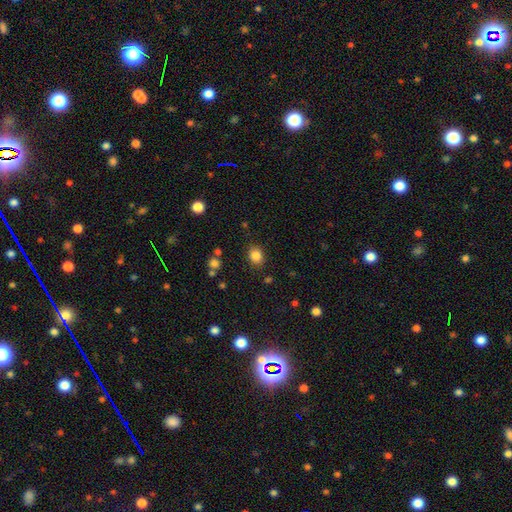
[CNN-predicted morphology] smooth 84%, star or artifact 11%, featured or disk 5%. Down the decision tree: how rounded — round (60%); merging — none (84%).